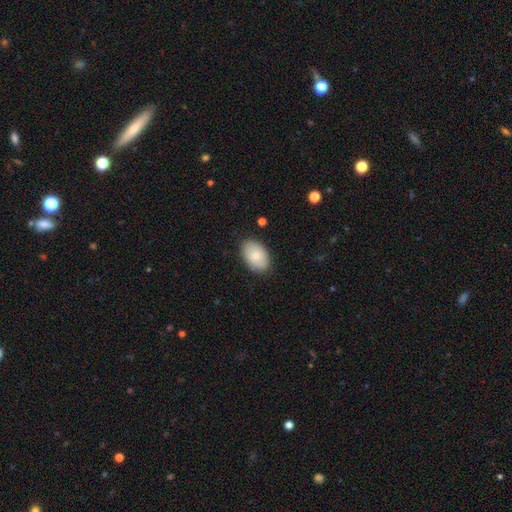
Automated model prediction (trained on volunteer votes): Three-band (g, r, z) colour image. It shows a smooth galaxy with no disk features (84%) that is in between round and cigar-shaped (92%). Merging: none (86%).